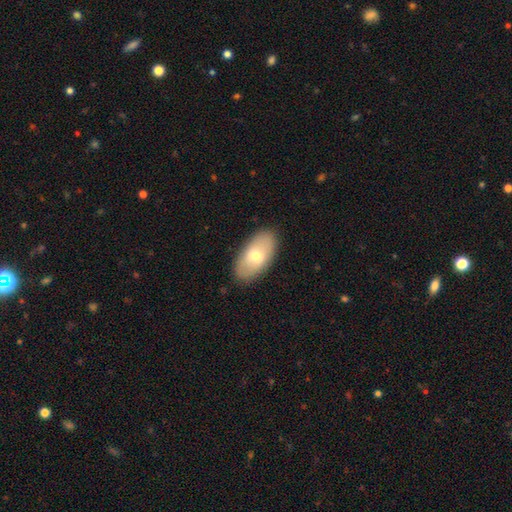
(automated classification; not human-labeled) smooth_or_featured: smooth (p=0.63) [alt: featured or disk p=0.31]
how_rounded: in between (p=0.93) [alt: round p=0.04]
merging: none (p=0.87) [alt: minor disturbance p=0.10]